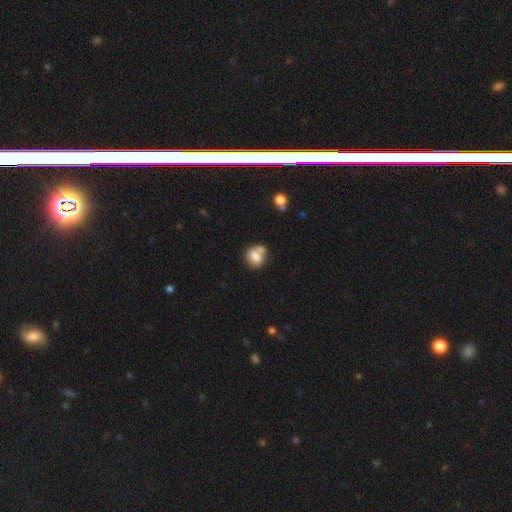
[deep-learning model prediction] Smooth or featured?
  - smooth: 76% *
  - featured or disk: 15%
  - star or artifact: 9%
How rounded?
  - round: 62% *
  - in between: 37%
  - cigar-shaped: 1%
Merging?
  - none: 42% *
  - merger: 35%
  - minor disturbance: 17%
  - major disturbance: 6%